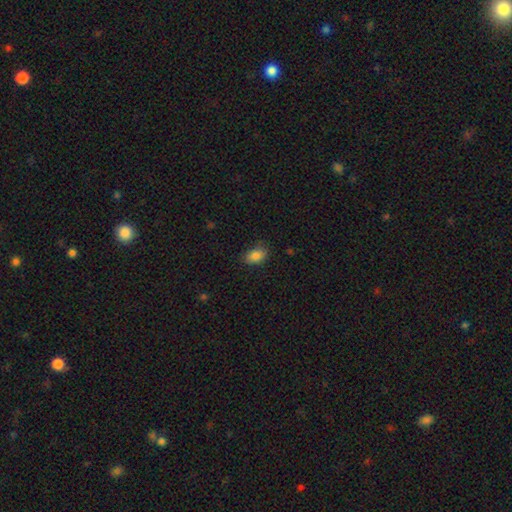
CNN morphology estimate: A smooth galaxy with no disk features (84%) that is in between round and cigar-shaped (84%). Merging: none (77%).